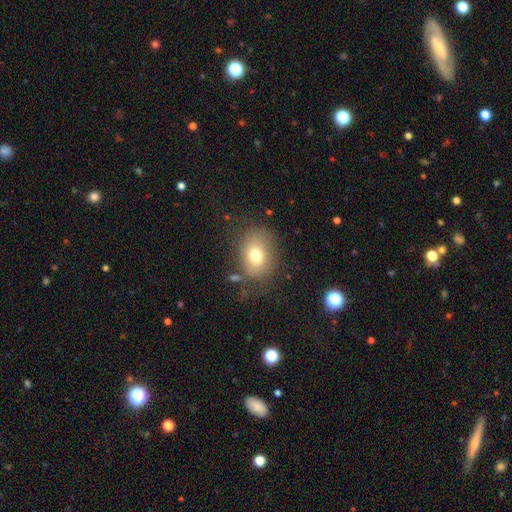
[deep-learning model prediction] A smooth galaxy with no disk features (74%) that is in between round and cigar-shaped (58%). Merging: none (70%).